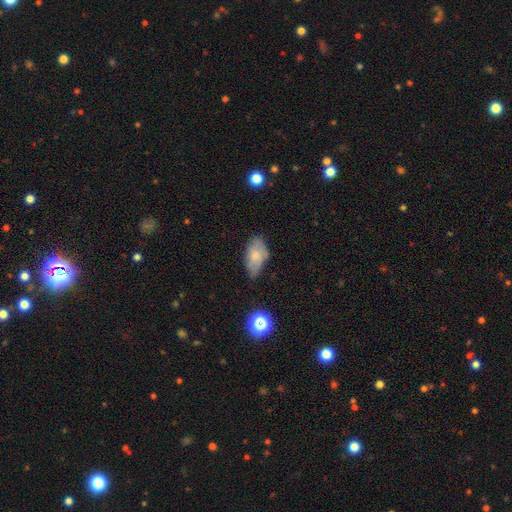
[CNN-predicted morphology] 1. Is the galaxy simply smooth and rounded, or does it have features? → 64% smooth, 27% featured or disk, 9% star or artifact.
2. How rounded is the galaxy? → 92% in between, 5% round, 3% cigar-shaped.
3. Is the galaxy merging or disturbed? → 55% none, 34% minor disturbance, 8% major disturbance, 2% merger.